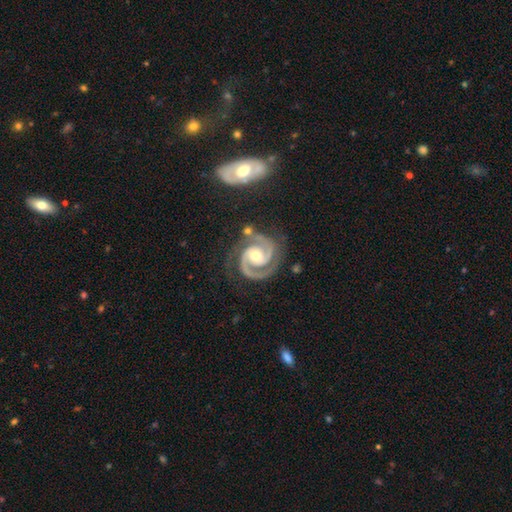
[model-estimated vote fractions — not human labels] Smooth or featured? featured or disk (94%)
Edge-on disk? no (98%)
Bar? no (50%)
Spiral arms? yes (99%)
Spiral winding? tight (54%)
Spiral arm count? 2 (93%)
Bulge size? moderate (68%)
Merging? none (76%)